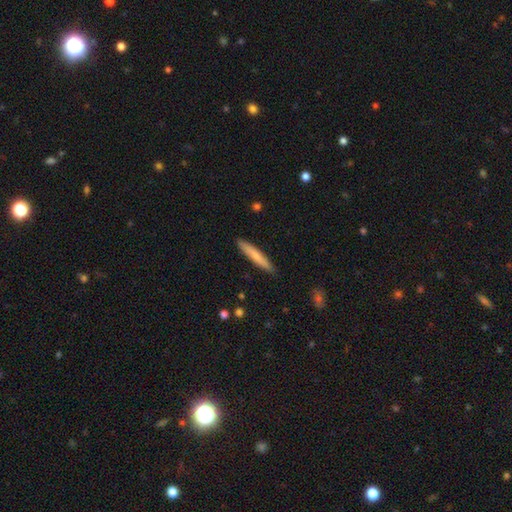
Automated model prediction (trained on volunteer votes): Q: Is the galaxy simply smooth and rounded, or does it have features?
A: smooth — 72%.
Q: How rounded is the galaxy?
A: cigar-shaped — 94%.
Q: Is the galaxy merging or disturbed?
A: none — 90%.